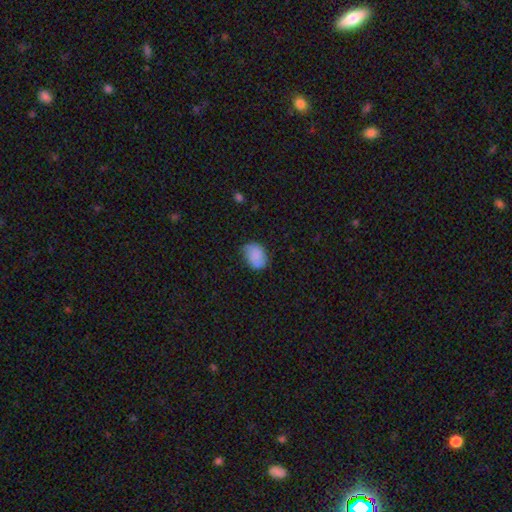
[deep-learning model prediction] Smooth or featured? Predicted: smooth (p=0.82). How rounded? Predicted: in between (p=0.75). Merging? Predicted: none (p=0.64).